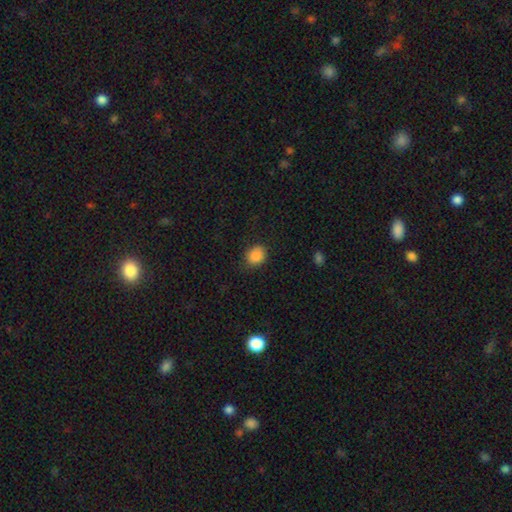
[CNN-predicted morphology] Smooth or featured? Predicted: smooth (p=0.87). How rounded? Predicted: round (p=0.66). Merging? Predicted: none (p=0.81).